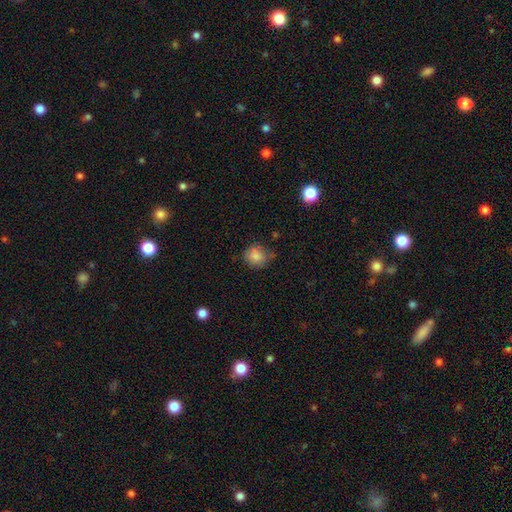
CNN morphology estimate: Smooth or featured? smooth (82%)
How rounded? round (71%)
Merging? none (64%)